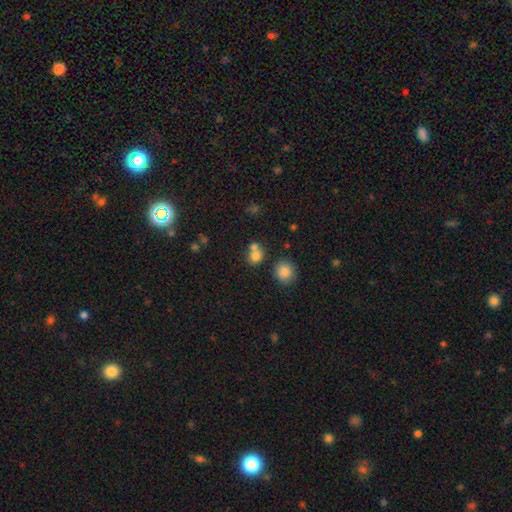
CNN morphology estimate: The model was most divided on "merging": merger: 48%, none: 41%, minor disturbance: 7%, major disturbance: 3%. More confident: smooth or featured — smooth (76%); how rounded — round (74%).